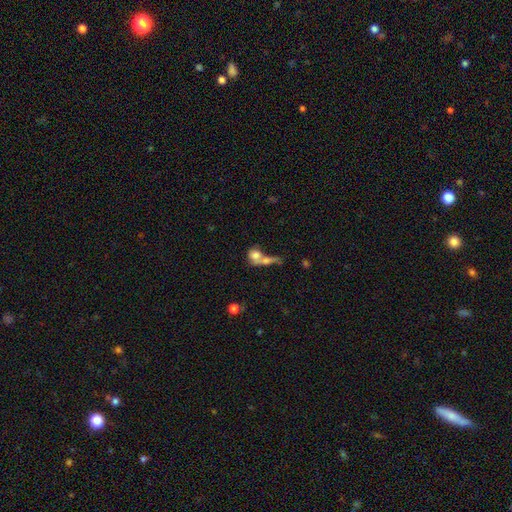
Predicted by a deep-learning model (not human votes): Smooth or featured: smooth — 69% (featured or disk — 21%)
How rounded: round — 54% (in between — 39%)
Merging: merger — 60% (none — 22%)